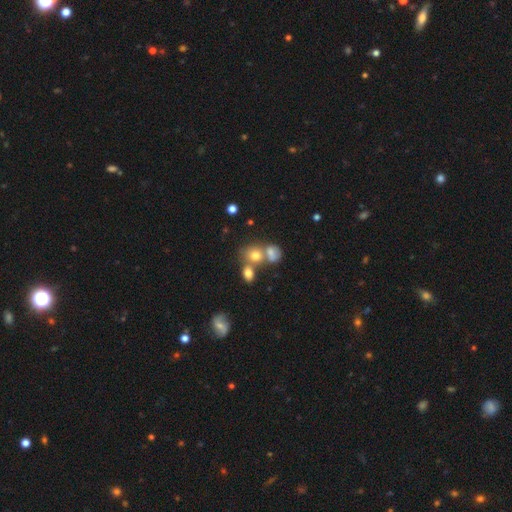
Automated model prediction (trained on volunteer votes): The model was most divided on "merging": merger: 45%, none: 38%, minor disturbance: 11%, major disturbance: 6%. More confident: smooth or featured — smooth (69%); how rounded — round (55%).